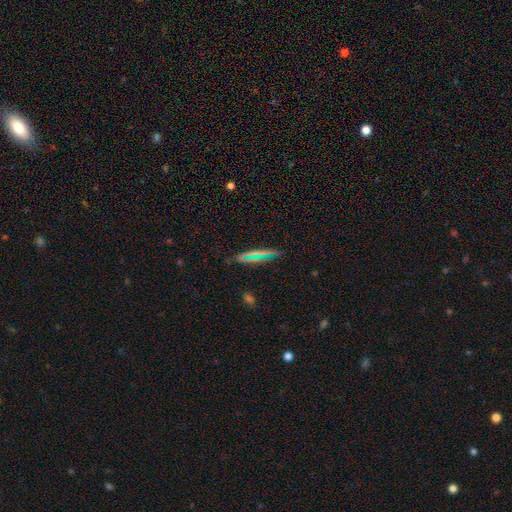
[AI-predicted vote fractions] Smooth or featured?
  - smooth: 57% *
  - featured or disk: 23%
  - star or artifact: 20%
How rounded?
  - cigar-shaped: 61% *
  - in between: 32%
  - round: 7%
Merging?
  - none: 78% *
  - minor disturbance: 15%
  - major disturbance: 4%
  - merger: 3%